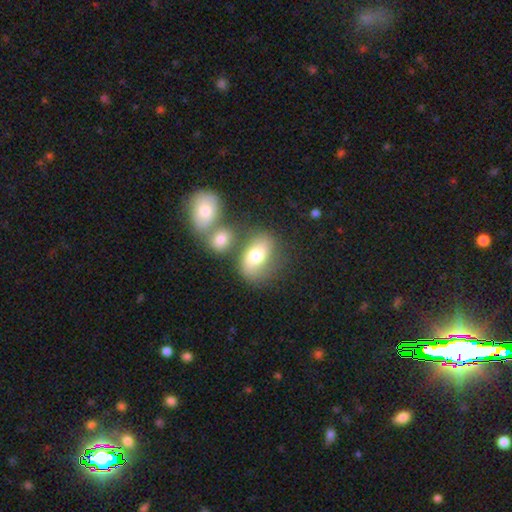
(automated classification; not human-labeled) This appears to be a smooth galaxy with no disk features (65%) that is in between round and cigar-shaped (79%). Merging: none (53%).